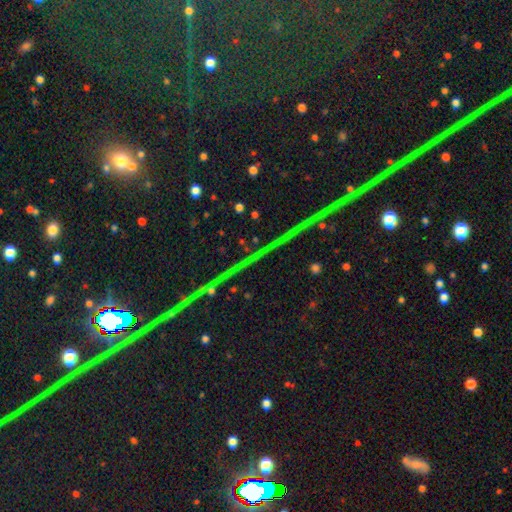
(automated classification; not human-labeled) A star or artifact, not a galaxy (84%).

Vote fractions:
- Smooth or featured? star or artifact: 84% / featured or disk: 8% / smooth: 8%